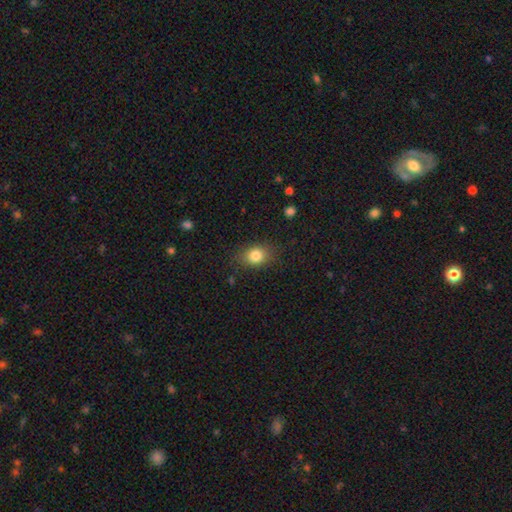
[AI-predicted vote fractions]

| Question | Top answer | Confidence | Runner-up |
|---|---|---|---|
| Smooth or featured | smooth | 82% | star or artifact (10%) |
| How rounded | in between | 53% | round (46%) |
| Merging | none | 81% | minor disturbance (14%) |